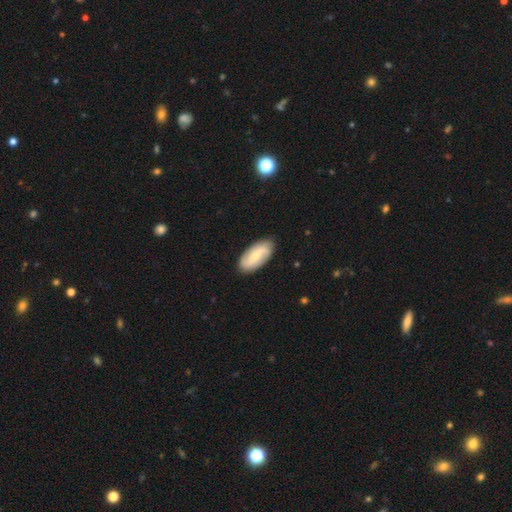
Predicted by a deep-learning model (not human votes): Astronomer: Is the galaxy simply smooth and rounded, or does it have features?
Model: featured or disk — 56% (runner-up: smooth, 39%).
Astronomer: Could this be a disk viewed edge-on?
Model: no — 93%.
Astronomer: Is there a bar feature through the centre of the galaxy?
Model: weak — 42% (runner-up: no, 36%).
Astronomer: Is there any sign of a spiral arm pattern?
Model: yes — 85%.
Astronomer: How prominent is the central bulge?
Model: small — 65%.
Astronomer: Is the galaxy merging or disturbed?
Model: none — 87%.